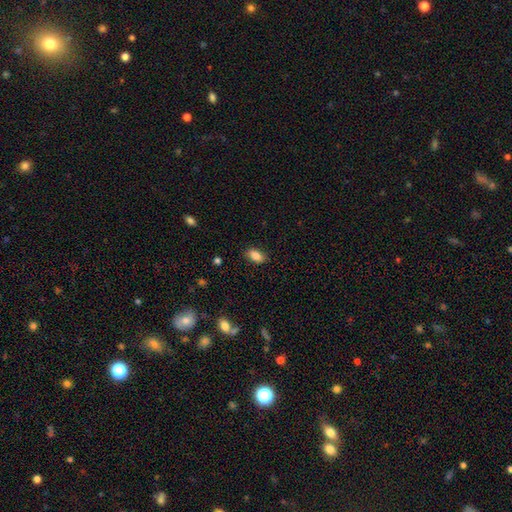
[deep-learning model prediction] Overall: smooth (86%). How rounded: in between (89%). Merging: none (85%).